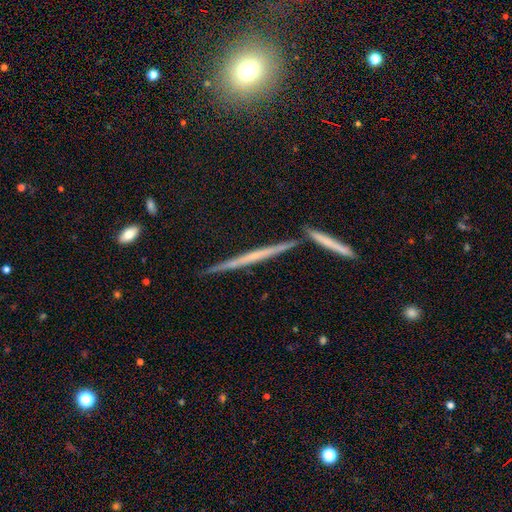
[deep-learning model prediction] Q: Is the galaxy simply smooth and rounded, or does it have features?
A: featured or disk — 60%.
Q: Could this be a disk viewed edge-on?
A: yes — 96%.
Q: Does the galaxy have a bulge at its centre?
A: none — 80%.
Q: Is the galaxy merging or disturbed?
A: none — 80%.